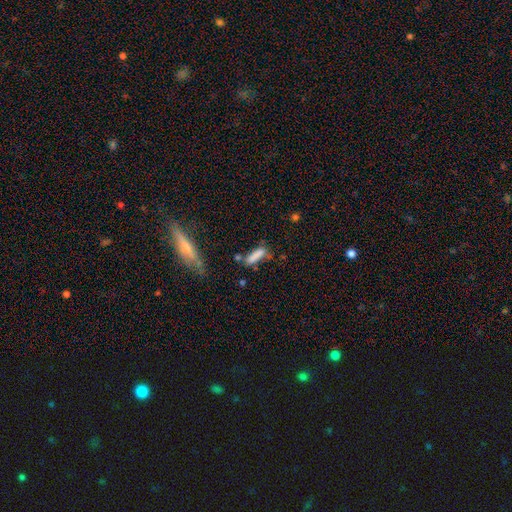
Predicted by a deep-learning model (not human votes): Overall: smooth (78%). How rounded: cigar-shaped (63%; in between 34%). Merging: none (47%; minor disturbance 25%).